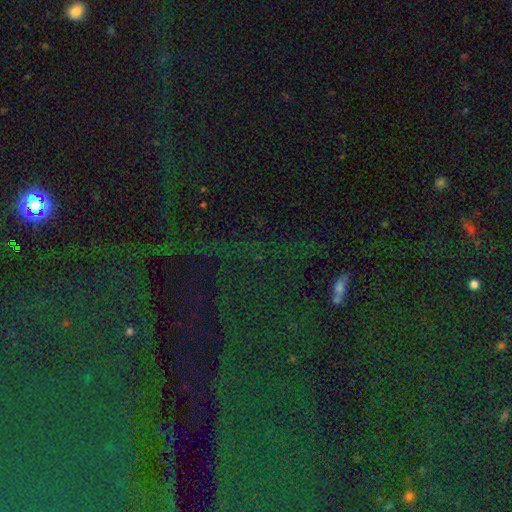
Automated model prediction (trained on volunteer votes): This appears to be a star or artifact, not a galaxy (81%).